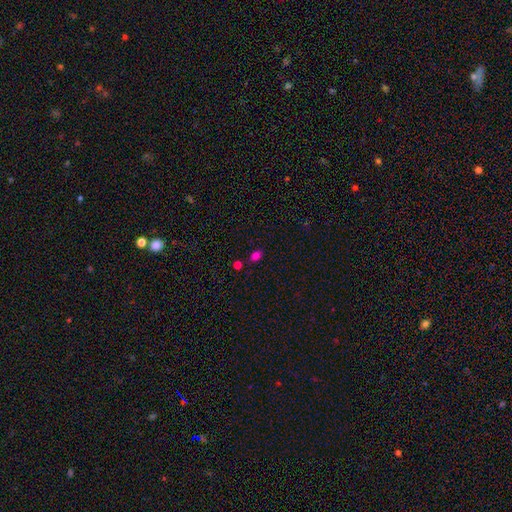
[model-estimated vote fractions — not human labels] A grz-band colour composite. It shows a smooth galaxy with no disk features (76%) that is in between round and cigar-shaped (77%). Merging: none (77%).